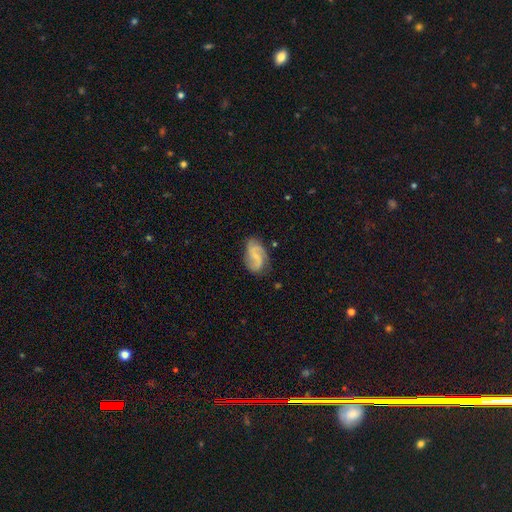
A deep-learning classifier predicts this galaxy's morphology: type=featured or disk (73%); edge-on=no (97%); bar=weak (46%); spiral arms=yes (95%); winding=loose (45%); arm count=2 (74%); bulge=small (50%); merging=none (71%).